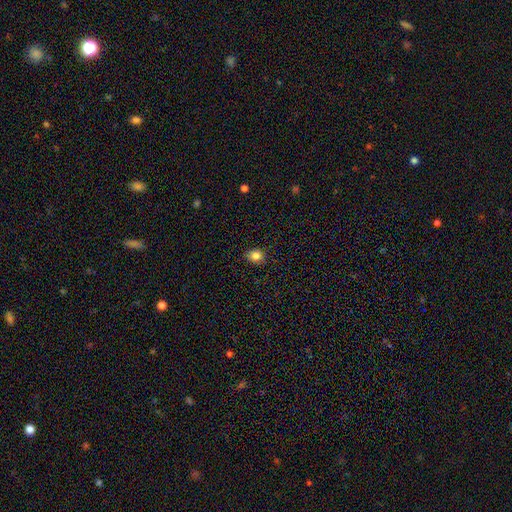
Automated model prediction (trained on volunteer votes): A smooth galaxy with no disk features (83%) that is round (52%).

Vote fractions:
- Smooth or featured? smooth: 83% / star or artifact: 11% / featured or disk: 7%
- How rounded? round: 52% / in between: 47% / cigar-shaped: 1%
- Merging? none: 85% / minor disturbance: 12% / major disturbance: 2% / merger: 1%